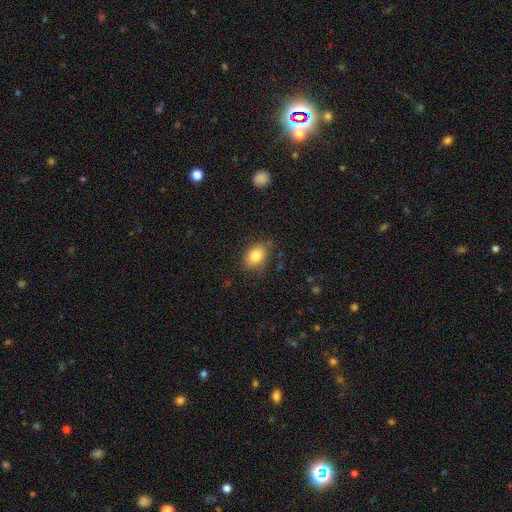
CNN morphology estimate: type=smooth (83%); roundness=in between (75%); merging=none (78%).